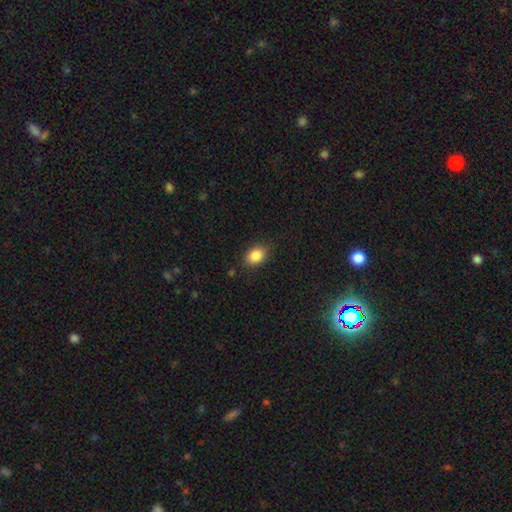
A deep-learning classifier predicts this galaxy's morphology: Smooth or featured? smooth (87%)
How rounded? in between (66%)
Merging? none (85%)